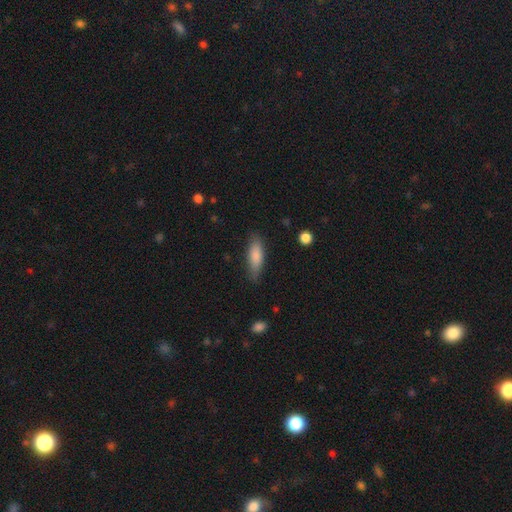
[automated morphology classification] A smooth galaxy with no disk features (82%) that is in between round and cigar-shaped (55%).

Vote fractions:
- Smooth or featured? smooth: 82% / featured or disk: 12% / star or artifact: 6%
- How rounded? in between: 55% / cigar-shaped: 43% / round: 2%
- Merging? none: 79% / minor disturbance: 16% / major disturbance: 3% / merger: 1%